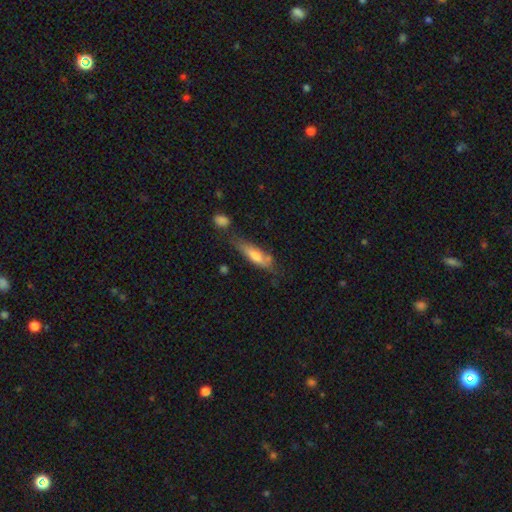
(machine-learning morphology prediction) A smooth galaxy with no disk features (62%) that is cigar-shaped (61%). Merging: none (54%).